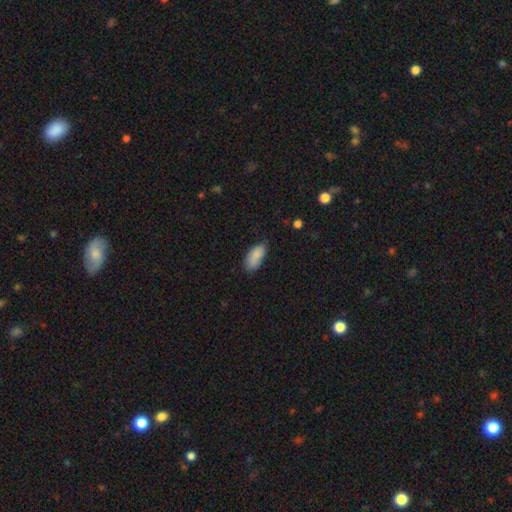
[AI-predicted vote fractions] Smooth or featured?
  - smooth: 88% *
  - star or artifact: 7%
  - featured or disk: 5%
How rounded?
  - in between: 90% *
  - cigar-shaped: 8%
  - round: 2%
Merging?
  - none: 68% *
  - minor disturbance: 26%
  - major disturbance: 4%
  - merger: 2%